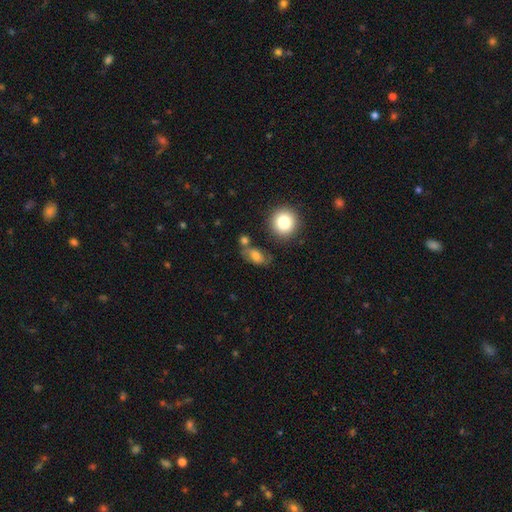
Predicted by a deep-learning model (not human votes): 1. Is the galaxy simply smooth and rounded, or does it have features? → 65% smooth, 23% featured or disk, 12% star or artifact.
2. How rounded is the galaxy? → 78% in between, 18% round, 4% cigar-shaped.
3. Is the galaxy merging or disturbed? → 61% none, 20% minor disturbance, 10% merger, 9% major disturbance.